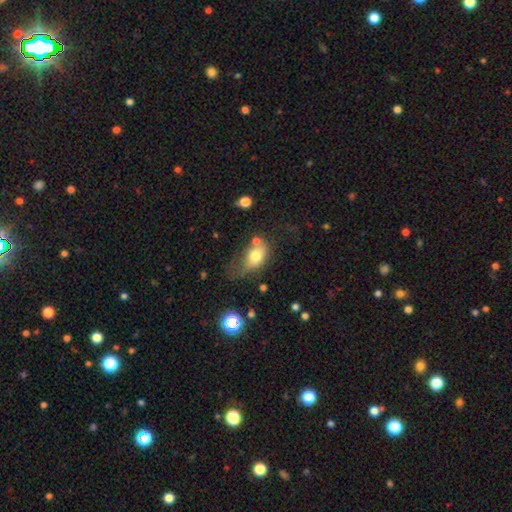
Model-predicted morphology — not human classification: smooth_or_featured: smooth (p=0.73) [alt: featured or disk p=0.17]
how_rounded: in between (p=0.77) [alt: round p=0.21]
merging: none (p=0.36) [alt: minor disturbance p=0.27]